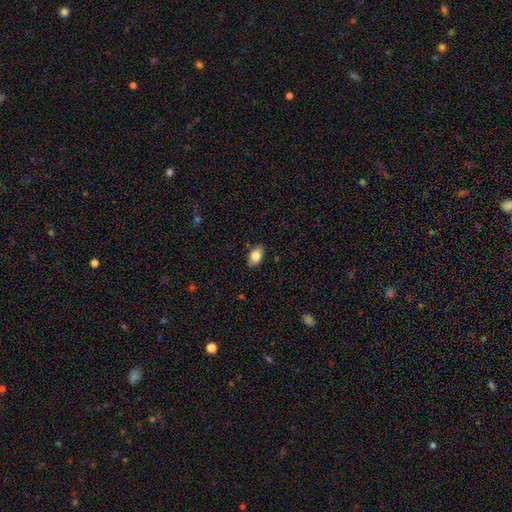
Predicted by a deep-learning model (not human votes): The model was most divided on "smooth or featured": smooth: 82%, featured or disk: 10%, star or artifact: 7%. More confident: how rounded — in between (91%); merging — none (86%).